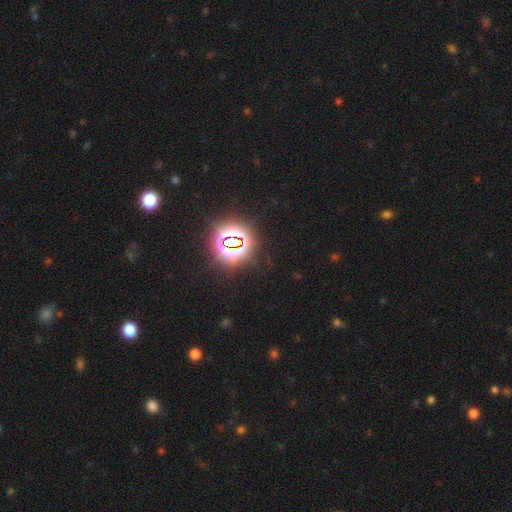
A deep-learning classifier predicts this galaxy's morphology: Q: Smooth or featured?
A: star or artifact (80%); runner-up: smooth (14%)